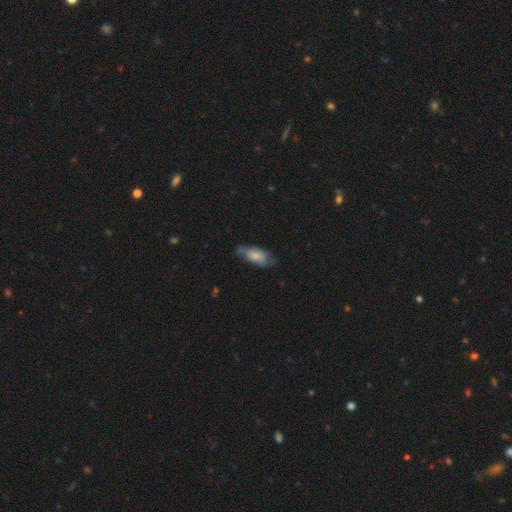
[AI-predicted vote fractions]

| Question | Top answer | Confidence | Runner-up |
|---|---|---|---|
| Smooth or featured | smooth | 74% | featured or disk (19%) |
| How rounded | in between | 86% | cigar-shaped (11%) |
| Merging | none | 47% | minor disturbance (34%) |